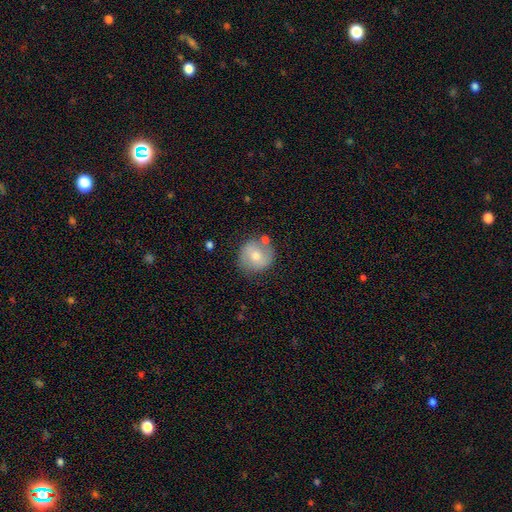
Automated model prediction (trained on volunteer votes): Smooth or featured? smooth (56%)
How rounded? round (90%)
Merging? none (72%)